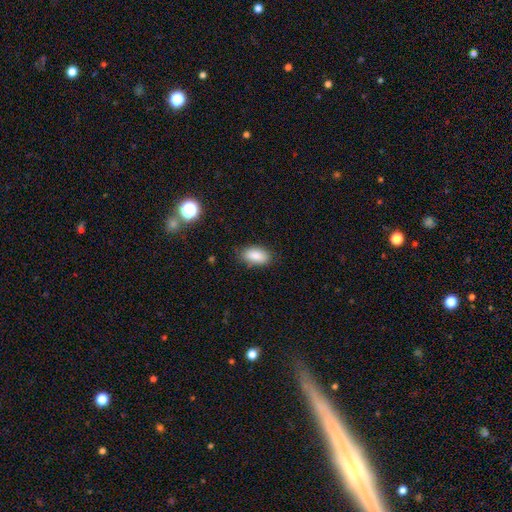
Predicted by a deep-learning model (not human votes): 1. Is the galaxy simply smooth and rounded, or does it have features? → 85% smooth, 8% star or artifact, 7% featured or disk.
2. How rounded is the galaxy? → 92% in between, 5% round, 3% cigar-shaped.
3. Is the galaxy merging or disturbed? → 82% none, 14% minor disturbance, 3% major disturbance, 1% merger.